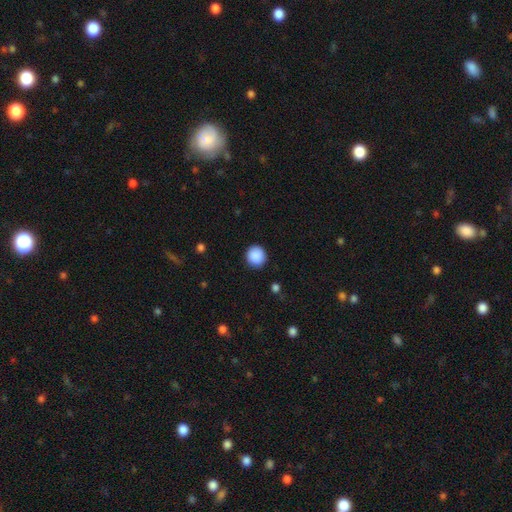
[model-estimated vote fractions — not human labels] This is clearly a smooth galaxy (89%). How rounded: clearly round (93%). Merging: clearly none (90%).